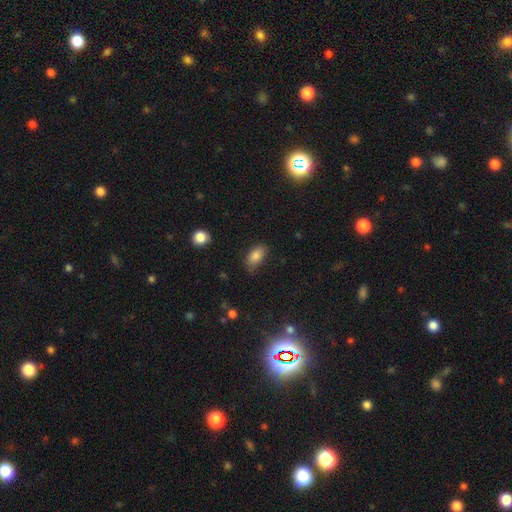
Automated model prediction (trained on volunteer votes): Smooth or featured? Predicted: smooth (p=0.84). How rounded? Predicted: in between (p=0.91). Merging? Predicted: none (p=0.74).